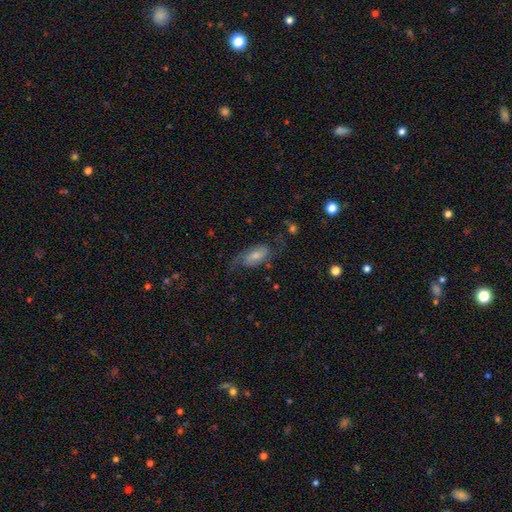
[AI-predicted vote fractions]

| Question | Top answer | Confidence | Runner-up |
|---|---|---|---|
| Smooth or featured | featured or disk | 56% | smooth (36%) |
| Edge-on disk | no | 94% | yes (6%) |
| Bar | no | 52% | weak (37%) |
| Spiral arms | yes | 88% | no (12%) |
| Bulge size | moderate | 40% | tied: small (40%) |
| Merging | none | 57% | minor disturbance (22%) |